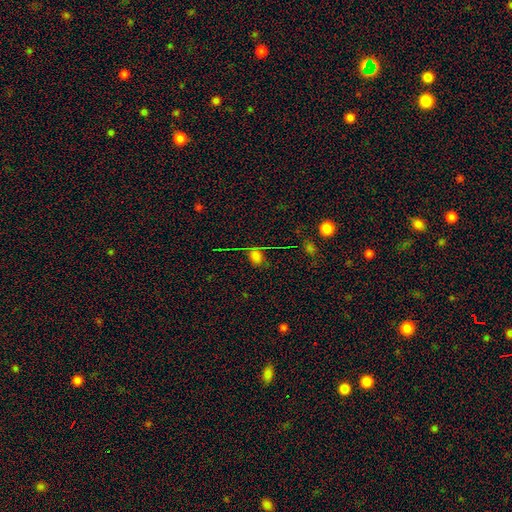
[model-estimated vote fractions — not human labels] A smooth galaxy with no disk features (52%) that is round (51%). Merging: none (67%).